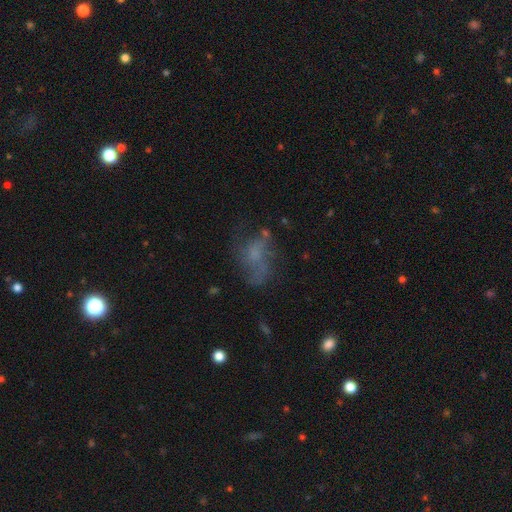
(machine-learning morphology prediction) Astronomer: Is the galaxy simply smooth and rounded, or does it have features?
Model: featured or disk — 44% (runner-up: smooth, 39%).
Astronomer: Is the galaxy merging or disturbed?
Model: none — 43% (runner-up: major disturbance, 30%).